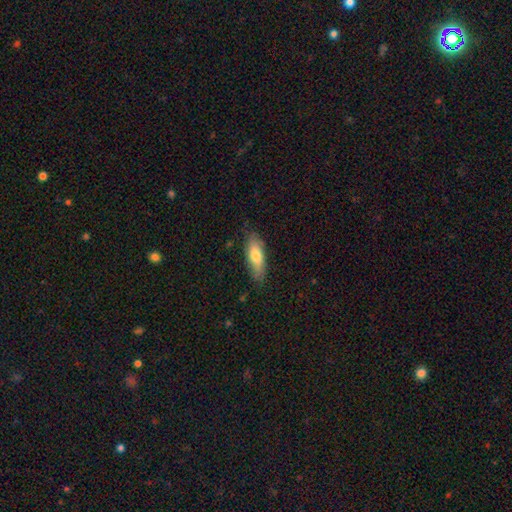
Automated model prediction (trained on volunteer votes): The model was most divided on "how rounded": in between: 64%, cigar-shaped: 34%, round: 2%. More confident: merging — none (76%); smooth or featured — smooth (72%).